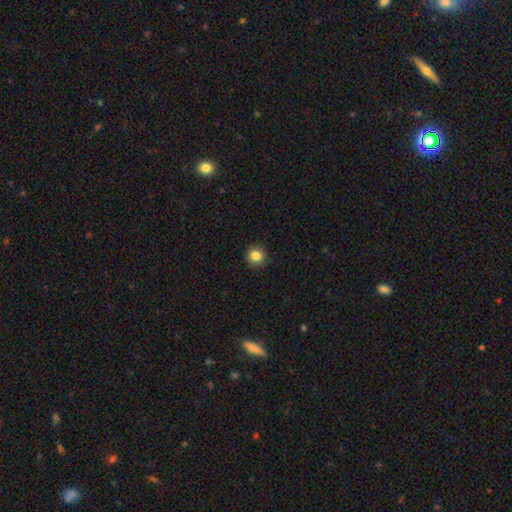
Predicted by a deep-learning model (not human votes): Smooth or featured: smooth — 85% (star or artifact — 11%)
How rounded: round — 94% (in between — 5%)
Merging: none — 93% (minor disturbance — 5%)